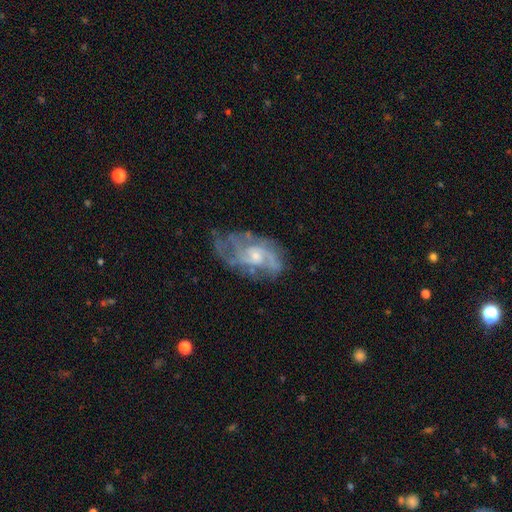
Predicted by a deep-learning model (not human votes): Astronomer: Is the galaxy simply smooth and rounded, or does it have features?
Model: featured or disk — 81%.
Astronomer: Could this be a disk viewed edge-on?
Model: no — 96%.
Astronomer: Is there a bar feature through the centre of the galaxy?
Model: no — 66%.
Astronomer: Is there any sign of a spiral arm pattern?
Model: yes — 87%.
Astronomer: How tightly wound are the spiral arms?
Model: medium — 44% (runner-up: tight, 36%).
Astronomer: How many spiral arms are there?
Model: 2 — 35% (runner-up: can't tell, 34%).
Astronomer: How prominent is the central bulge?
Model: small — 51% (runner-up: moderate, 41%).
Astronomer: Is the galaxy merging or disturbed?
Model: none — 55%.